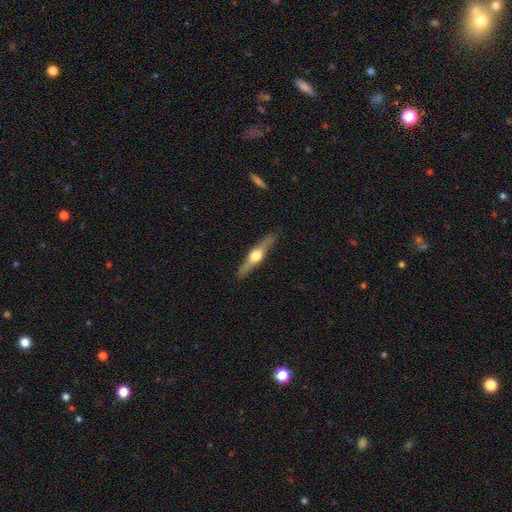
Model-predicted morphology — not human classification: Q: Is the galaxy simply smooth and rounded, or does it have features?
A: featured or disk — 71%.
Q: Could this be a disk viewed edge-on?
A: yes — 97%.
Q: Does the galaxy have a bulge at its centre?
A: rounded — 94%.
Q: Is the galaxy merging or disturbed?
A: none — 89%.